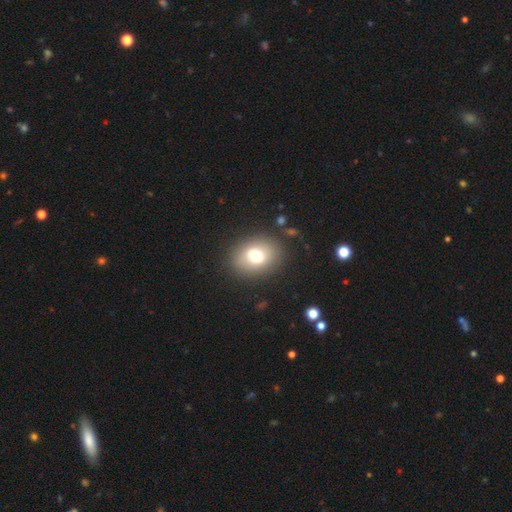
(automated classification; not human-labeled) Smooth or featured?
  - smooth: 73% *
  - featured or disk: 16%
  - star or artifact: 11%
How rounded?
  - in between: 52% *
  - round: 47%
  - cigar-shaped: 1%
Merging?
  - none: 86% *
  - minor disturbance: 9%
  - major disturbance: 4%
  - merger: 2%